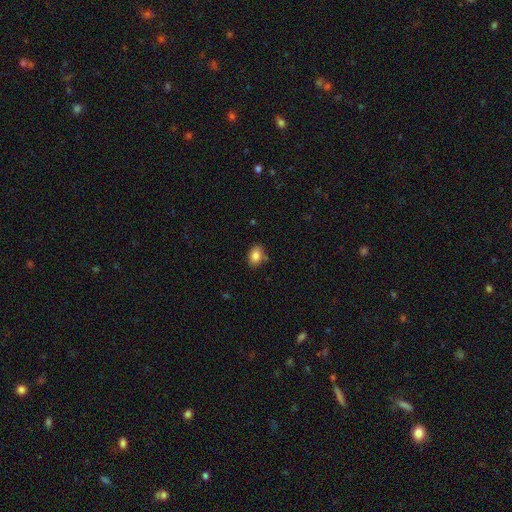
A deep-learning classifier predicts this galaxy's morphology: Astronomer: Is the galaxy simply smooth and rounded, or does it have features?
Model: smooth — 85%.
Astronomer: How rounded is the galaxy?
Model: in between — 78%.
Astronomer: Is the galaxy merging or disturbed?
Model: none — 76%.